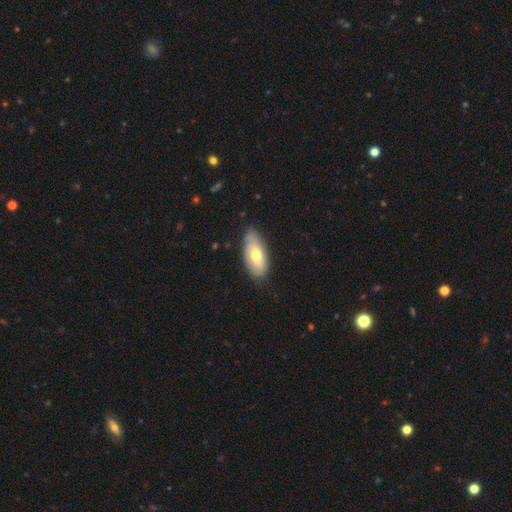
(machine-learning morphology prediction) A smooth galaxy with no disk features (56%) that is in between round and cigar-shaped (88%).

Vote fractions:
- Smooth or featured? smooth: 56% / featured or disk: 38% / star or artifact: 6%
- How rounded? in between: 88% / cigar-shaped: 9% / round: 3%
- Merging? none: 70% / minor disturbance: 24% / major disturbance: 5% / merger: 1%